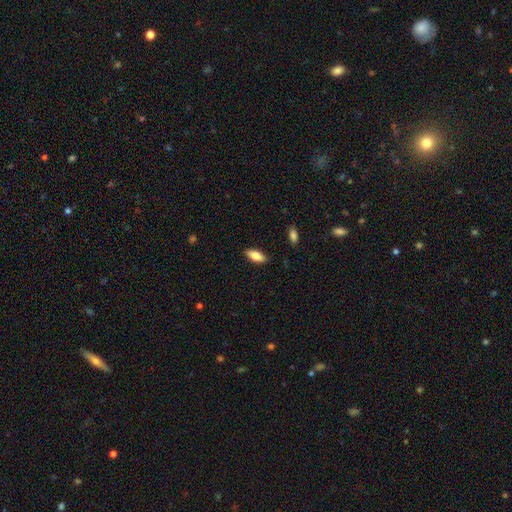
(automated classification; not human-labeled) Smooth or featured? smooth (79%)
How rounded? in between (80%)
Merging? none (86%)